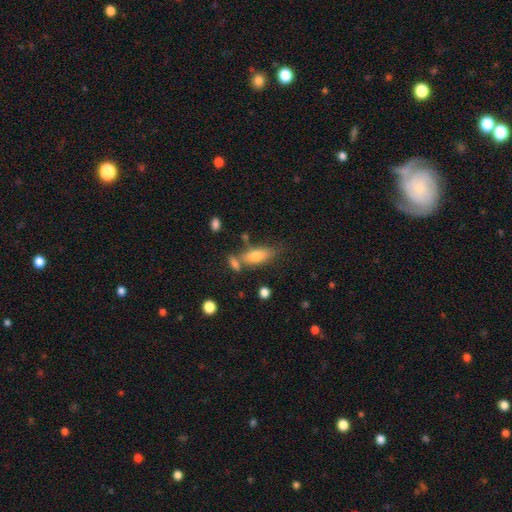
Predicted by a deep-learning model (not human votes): smooth_or_featured: smooth (p=0.73) [alt: featured or disk p=0.18]
how_rounded: in between (p=0.71) [alt: cigar-shaped p=0.25]
merging: none (p=0.54) [alt: merger p=0.22]